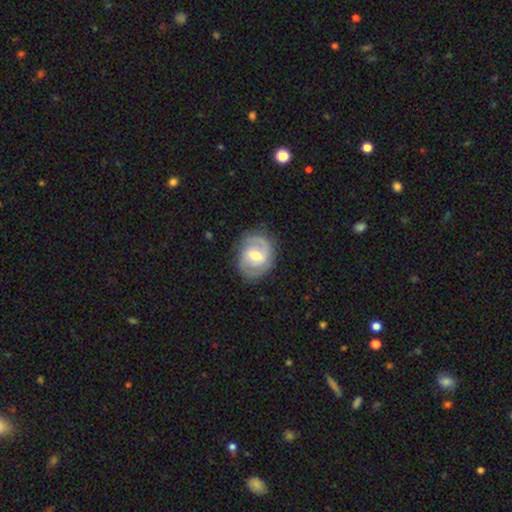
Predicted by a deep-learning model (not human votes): Smooth or featured? Predicted: featured or disk (p=0.78). Edge-on disk? Predicted: no (p=0.97). Bar? Predicted: weak (p=0.55). Spiral arms? Predicted: yes (p=0.90). Spiral winding? Predicted: tight (p=0.47). Spiral arm count? Predicted: 2 (p=0.76). Bulge size? Predicted: moderate (p=0.69). Merging? Predicted: none (p=0.79).